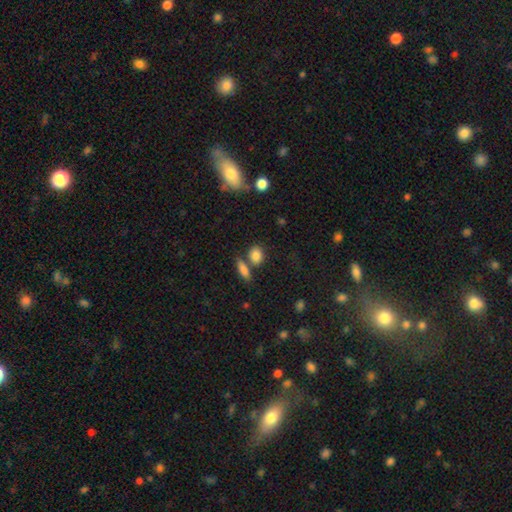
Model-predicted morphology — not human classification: Smooth or featured: smooth — 85% (star or artifact — 9%)
How rounded: in between — 50% (round — 46%)
Merging: none — 62% (merger — 22%)